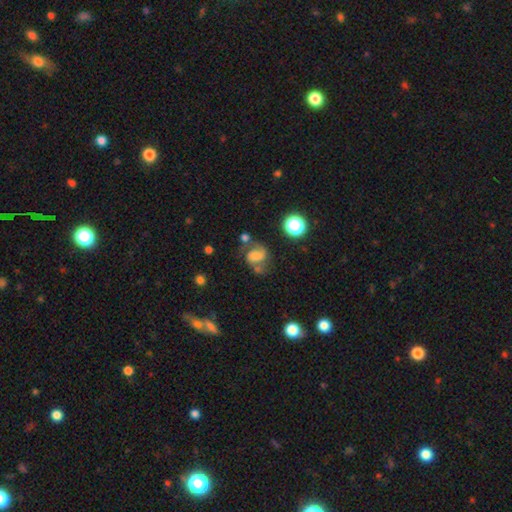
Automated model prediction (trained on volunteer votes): featured or disk 57%, smooth 30%, star or artifact 13%. Down the decision tree: edge-on disk — no (97%); bar — no (45%); spiral arms — yes (88%); bulge size — moderate (40%); merging — none (50%).